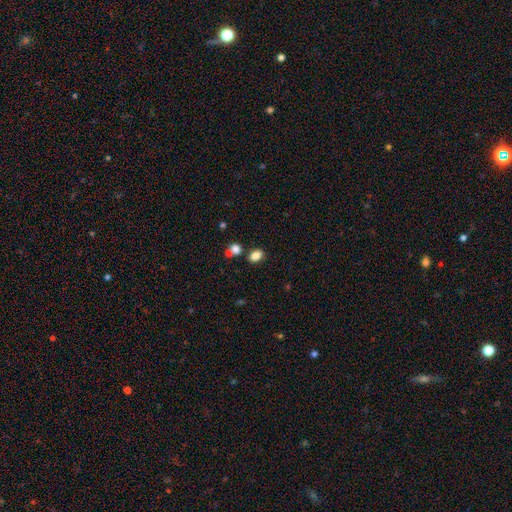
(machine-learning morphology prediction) Q: Smooth or featured?
A: smooth (84%); runner-up: star or artifact (11%)
Q: How rounded?
A: in between (77%); runner-up: round (22%)
Q: Merging?
A: none (73%); runner-up: merger (13%)